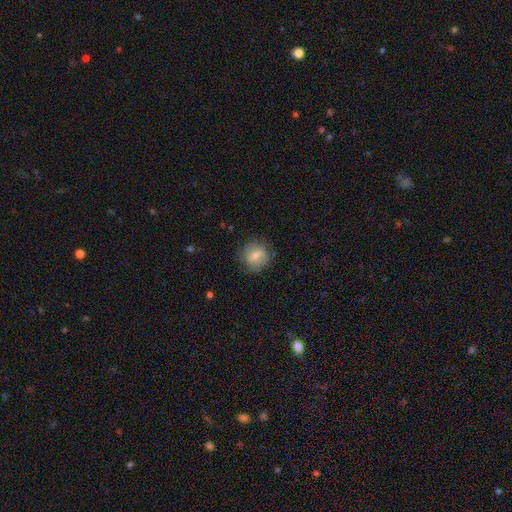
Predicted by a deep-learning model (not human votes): smooth-or-featured: smooth: 53% | featured or disk: 38% | star or artifact: 8%
  how-rounded: round: 84% | in between: 15% | cigar-shaped: 1%
  merging: none: 78% | minor disturbance: 15% | major disturbance: 5% | merger: 1%